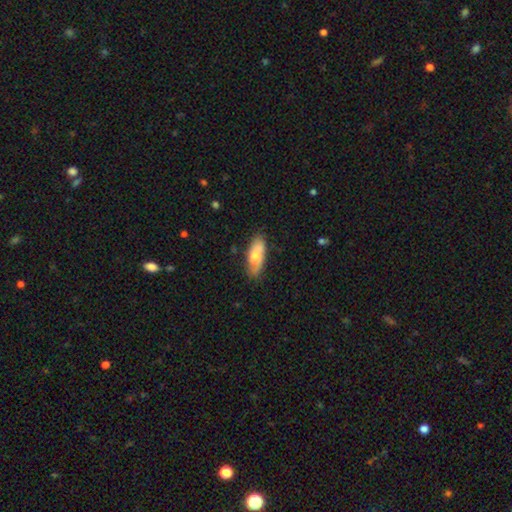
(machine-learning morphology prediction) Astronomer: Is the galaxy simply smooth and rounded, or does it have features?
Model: smooth — 64%.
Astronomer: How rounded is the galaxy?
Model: in between — 78%.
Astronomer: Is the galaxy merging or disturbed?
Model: none — 80%.